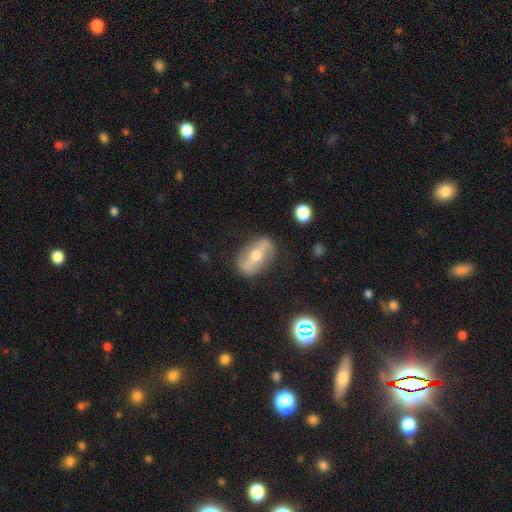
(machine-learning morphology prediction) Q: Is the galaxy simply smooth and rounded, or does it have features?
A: featured or disk — 64%.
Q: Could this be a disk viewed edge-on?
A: no — 81%.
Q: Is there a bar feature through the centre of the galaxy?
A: strong — 57%.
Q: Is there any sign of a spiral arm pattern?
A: yes — 57%.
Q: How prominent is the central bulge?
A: moderate — 63%.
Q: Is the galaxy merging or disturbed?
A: none — 80%.